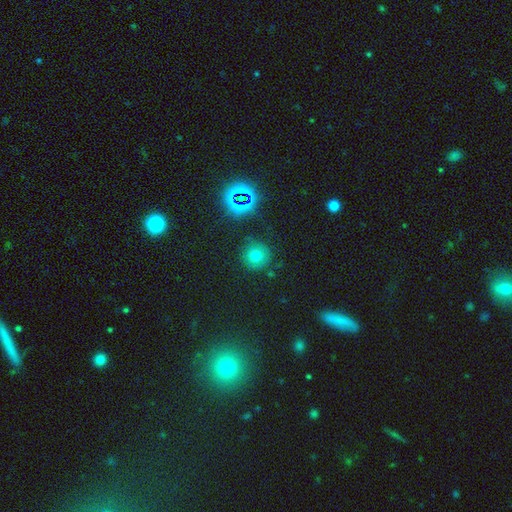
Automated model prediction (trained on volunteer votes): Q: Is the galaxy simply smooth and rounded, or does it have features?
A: smooth — 66%.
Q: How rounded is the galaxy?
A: round — 93%.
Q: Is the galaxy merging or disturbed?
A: none — 83%.